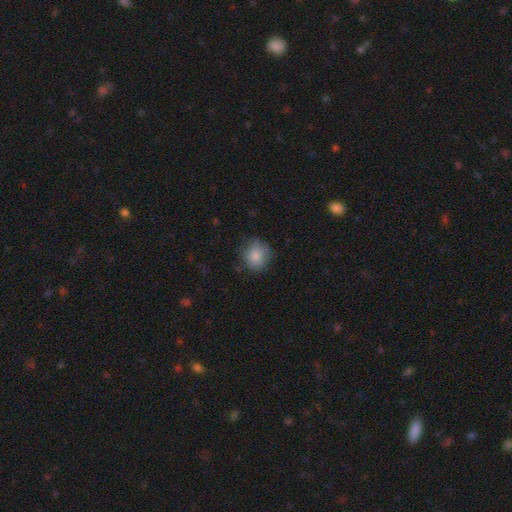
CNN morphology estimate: The model was most divided on "merging": none: 70%, minor disturbance: 22%, major disturbance: 6%, merger: 1%. More confident: smooth or featured — smooth (83%); how rounded — round (77%).